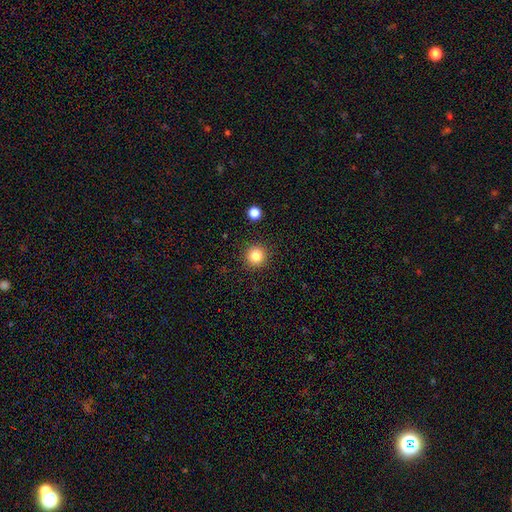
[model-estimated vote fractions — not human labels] This is clearly a smooth galaxy (83%). How rounded: clearly round (95%). Merging: clearly none (91%).